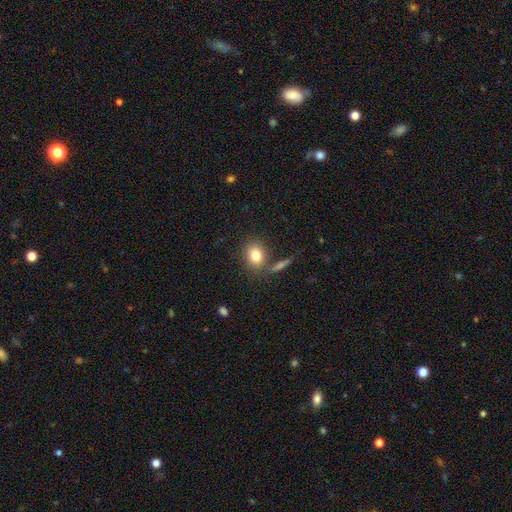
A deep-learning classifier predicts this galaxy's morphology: type=smooth (80%); roundness=round (56%); merging=none (74%).